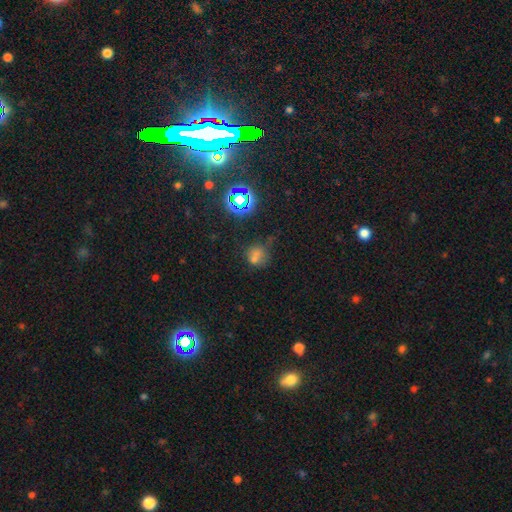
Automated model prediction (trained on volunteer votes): This is possibly a smooth galaxy (59%). How rounded: likely round (72%). Merging: possibly none (46%).